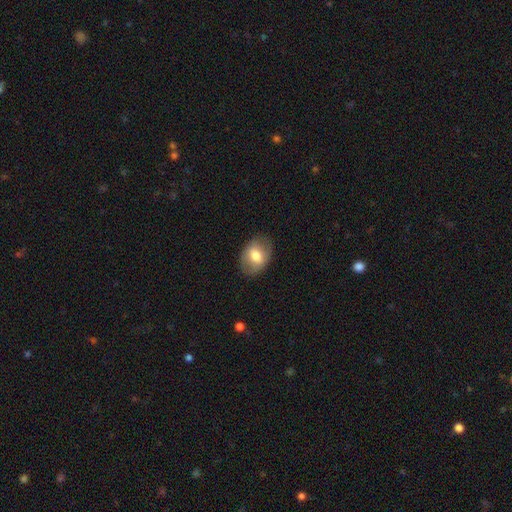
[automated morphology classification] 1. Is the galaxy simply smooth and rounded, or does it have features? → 66% smooth, 27% featured or disk, 7% star or artifact.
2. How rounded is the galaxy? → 75% in between, 24% round, 1% cigar-shaped.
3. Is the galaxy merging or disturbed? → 82% none, 13% minor disturbance, 4% major disturbance, 1% merger.